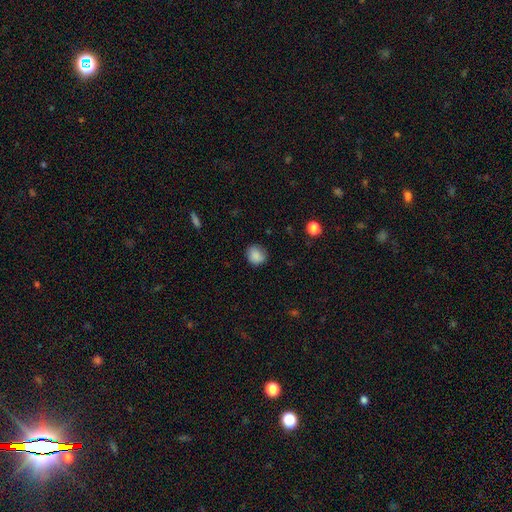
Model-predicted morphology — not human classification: Overall: smooth (86%). How rounded: round (81%). Merging: none (79%).